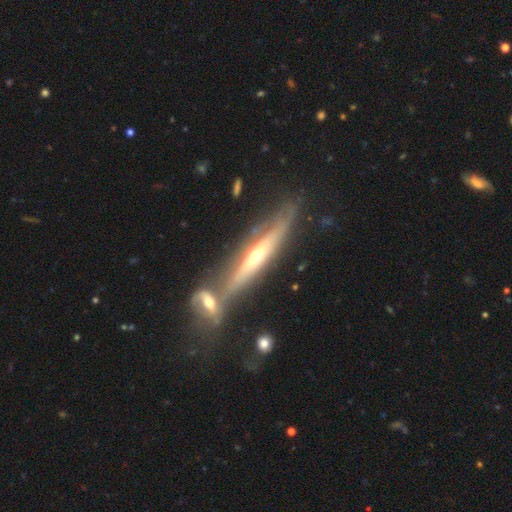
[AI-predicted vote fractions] This appears to be a featured or disk galaxy (75%) viewed edge-on (78%) with a rounded central bulge (82%). Merging: none (53%).